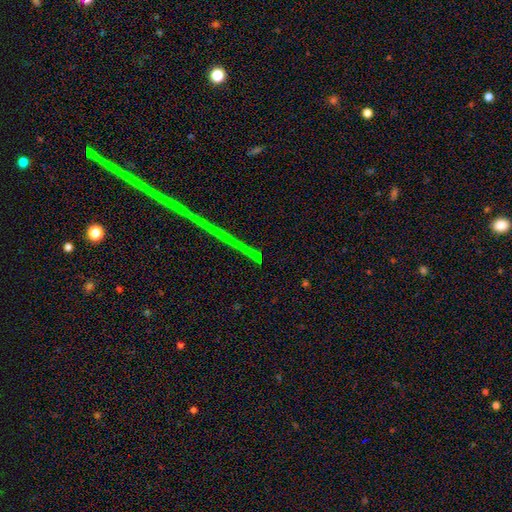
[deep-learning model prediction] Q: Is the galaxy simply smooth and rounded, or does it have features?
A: star or artifact — 77%.